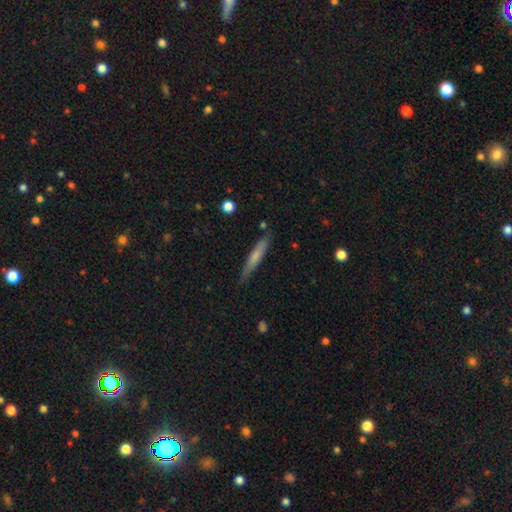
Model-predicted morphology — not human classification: Overall: smooth (64%; featured or disk 31%). How rounded: cigar-shaped (93%). Merging: none (83%).